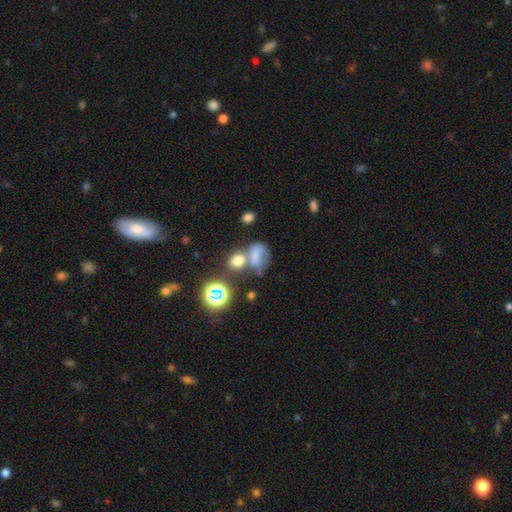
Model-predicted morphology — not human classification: Smooth or featured?
  - smooth: 62% *
  - star or artifact: 21%
  - featured or disk: 17%
How rounded?
  - in between: 67% *
  - round: 31%
  - cigar-shaped: 2%
Merging?
  - merger: 43% *
  - none: 28%
  - minor disturbance: 15%
  - major disturbance: 13%